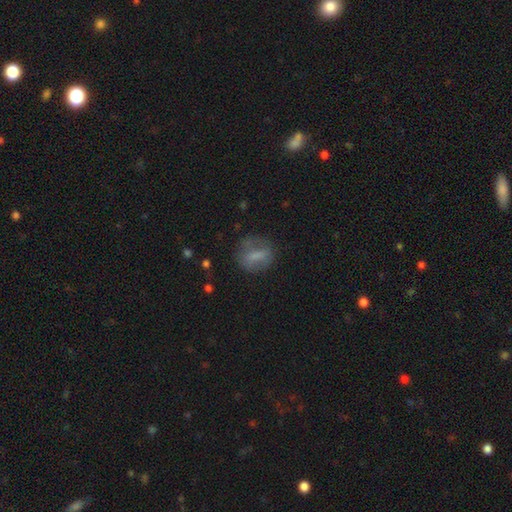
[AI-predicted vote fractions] A smooth galaxy with no disk features (61%) that is in between round and cigar-shaped (50%).

Vote fractions:
- Smooth or featured? smooth: 61% / featured or disk: 29% / star or artifact: 11%
- How rounded? in between: 50% / round: 43% / cigar-shaped: 7%
- Merging? none: 67% / minor disturbance: 20% / major disturbance: 12% / merger: 2%